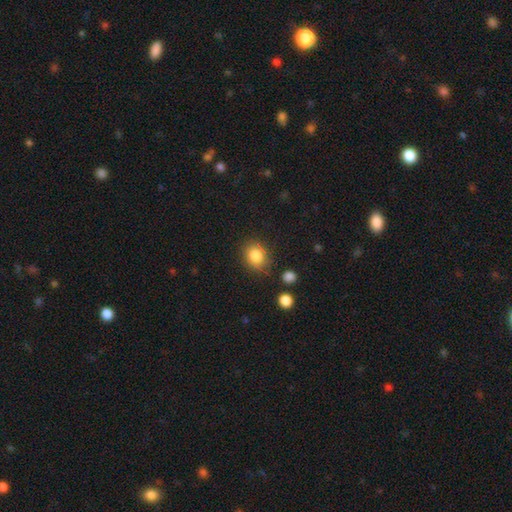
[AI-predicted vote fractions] Smooth or featured? Predicted: smooth (p=0.84). How rounded? Predicted: round (p=0.61). Merging? Predicted: none (p=0.81).